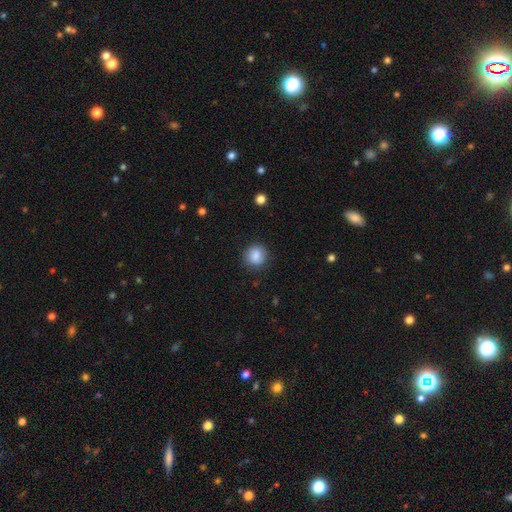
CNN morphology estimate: Overall: smooth (85%). How rounded: round (85%). Merging: none (84%).